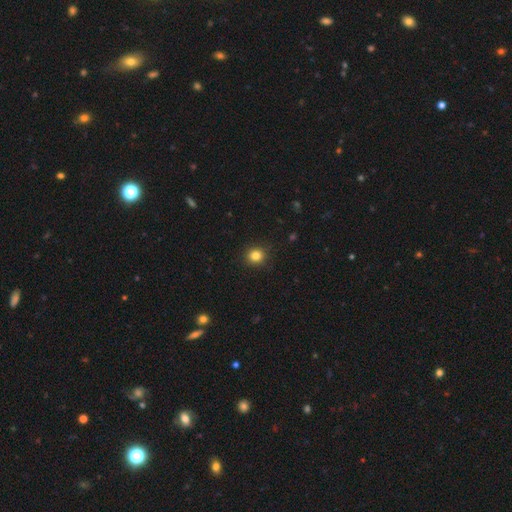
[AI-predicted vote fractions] Smooth or featured? Predicted: smooth (p=0.83). How rounded? Predicted: round (p=0.89). Merging? Predicted: none (p=0.91).